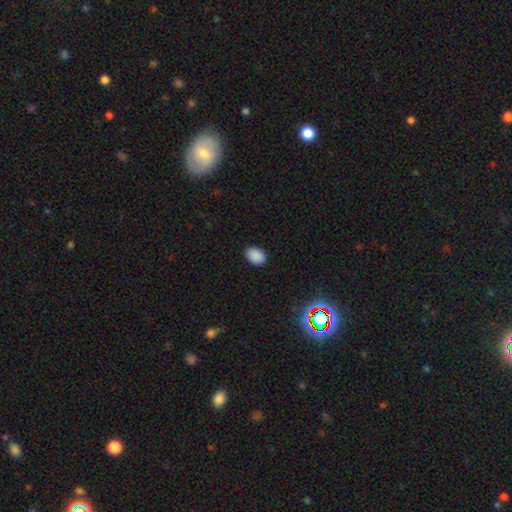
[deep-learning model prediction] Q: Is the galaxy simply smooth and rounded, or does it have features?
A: smooth — 88%.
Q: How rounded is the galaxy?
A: in between — 82%.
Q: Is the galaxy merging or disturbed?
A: none — 88%.